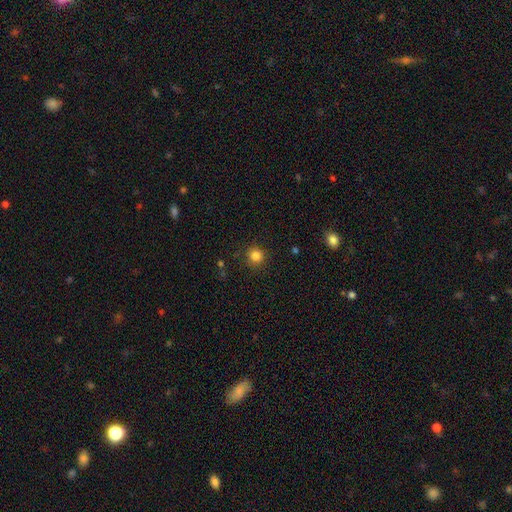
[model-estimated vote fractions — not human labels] A smooth galaxy with no disk features (84%) that is round (93%).

Vote fractions:
- Smooth or featured? smooth: 84% / star or artifact: 12% / featured or disk: 4%
- How rounded? round: 93% / in between: 6% / cigar-shaped: 1%
- Merging? none: 88% / minor disturbance: 8% / major disturbance: 3% / merger: 1%